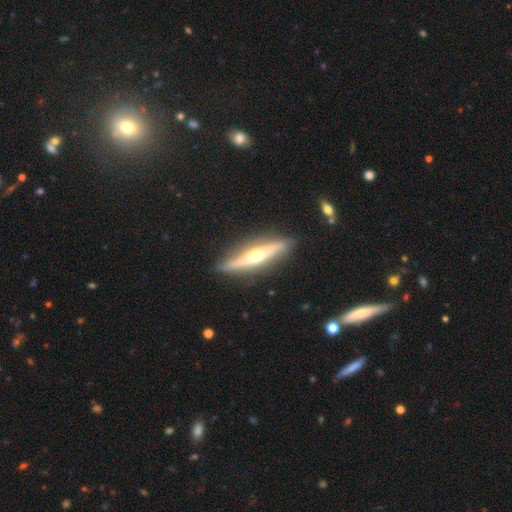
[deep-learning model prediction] smooth_or_featured: featured or disk (p=0.71) [alt: smooth p=0.24]
disk_edge_on: yes (p=0.92) [alt: no p=0.08]
edge_on_bulge: rounded (p=0.93) [alt: none p=0.04]
merging: none (p=0.87) [alt: minor disturbance p=0.09]